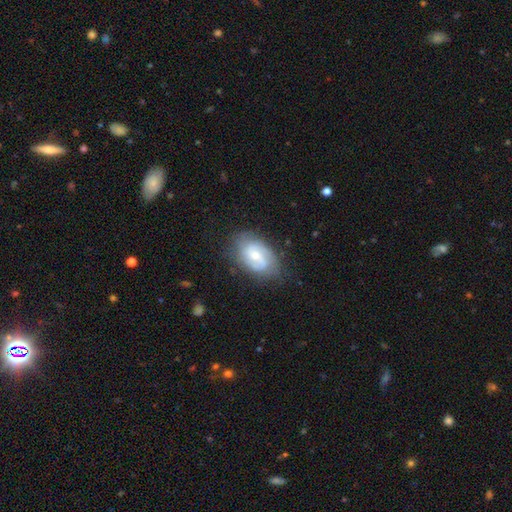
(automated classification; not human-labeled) smooth_or_featured: featured or disk (p=0.73) [alt: smooth p=0.21]
disk_edge_on: no (p=0.97) [alt: yes p=0.03]
bar: weak (p=0.47) [alt: no p=0.44]
has_spiral_arms: yes (p=0.93) [alt: no p=0.07]
spiral_winding: medium (p=0.45) [alt: tight p=0.35]
spiral_arm_count: 2 (p=0.67) [alt: can't tell p=0.16]
bulge_size: small (p=0.48) [alt: moderate p=0.45]
merging: none (p=0.74) [alt: minor disturbance p=0.19]